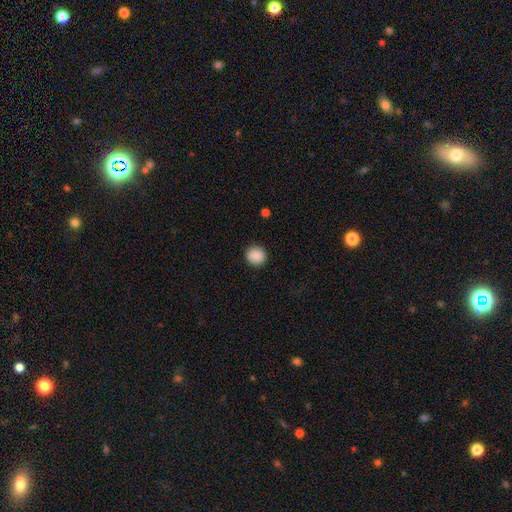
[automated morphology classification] Smooth or featured?
  - smooth: 89% *
  - star or artifact: 8%
  - featured or disk: 3%
How rounded?
  - round: 87% *
  - in between: 12%
  - cigar-shaped: 1%
Merging?
  - none: 91% *
  - minor disturbance: 6%
  - major disturbance: 2%
  - merger: 1%